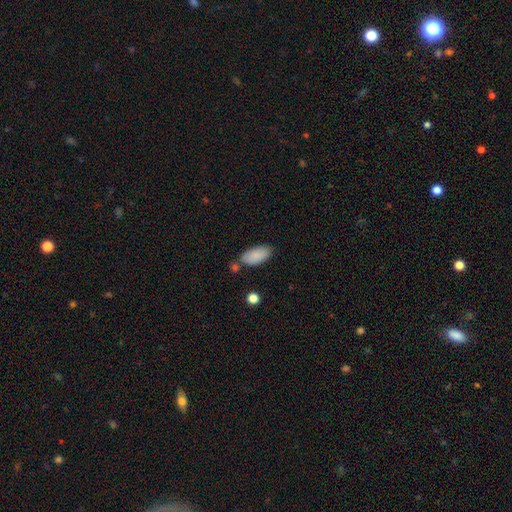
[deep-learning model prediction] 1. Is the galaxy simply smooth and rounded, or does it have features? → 87% smooth, 7% featured or disk, 6% star or artifact.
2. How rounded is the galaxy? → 92% in between, 6% cigar-shaped, 2% round.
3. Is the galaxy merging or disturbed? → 71% none, 17% minor disturbance, 8% merger, 4% major disturbance.